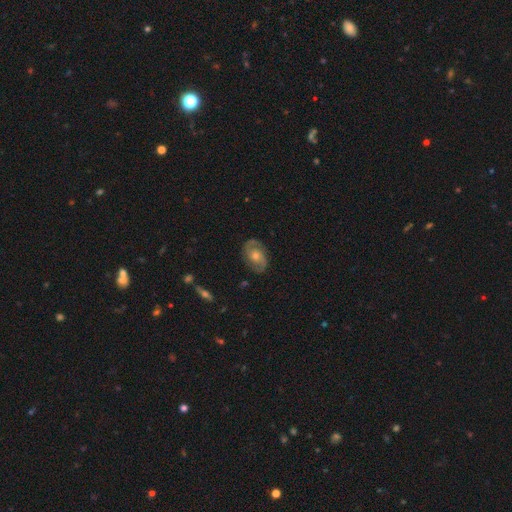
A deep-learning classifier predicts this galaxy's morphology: Q: Smooth or featured?
A: featured or disk (78%); runner-up: smooth (14%)
Q: Edge-on disk?
A: no (96%); runner-up: yes (4%)
Q: Bar?
A: no (67%); runner-up: weak (27%)
Q: Spiral arms?
A: yes (92%); runner-up: no (8%)
Q: Spiral winding?
A: tight (44%); runner-up: medium (43%)
Q: Spiral arm count?
A: 2 (87%); runner-up: can't tell (7%)
Q: Bulge size?
A: moderate (66%); runner-up: small (27%)
Q: Merging?
A: none (83%); runner-up: minor disturbance (13%)